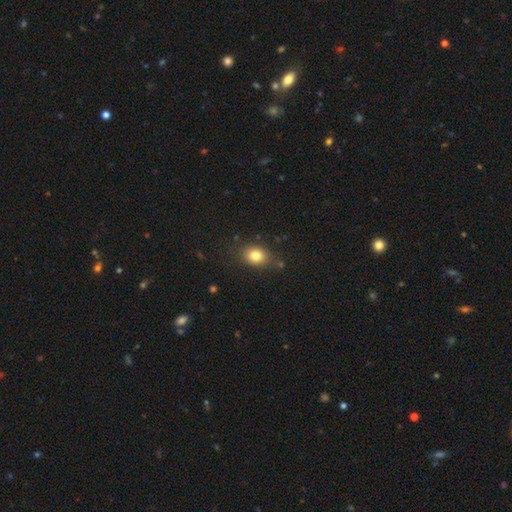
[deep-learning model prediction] smooth-or-featured: smooth: 81% | star or artifact: 11% | featured or disk: 8%
  how-rounded: in between: 55% | round: 43% | cigar-shaped: 1%
  merging: none: 79% | minor disturbance: 14% | major disturbance: 4% | merger: 3%